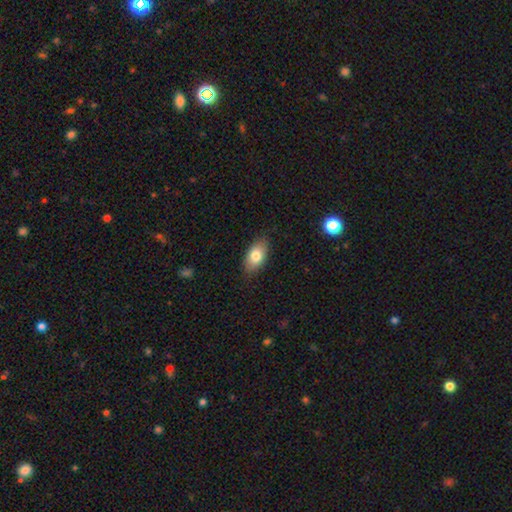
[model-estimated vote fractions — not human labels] Morphology: type=smooth (81%); roundness=in between (91%); merging=none (84%).